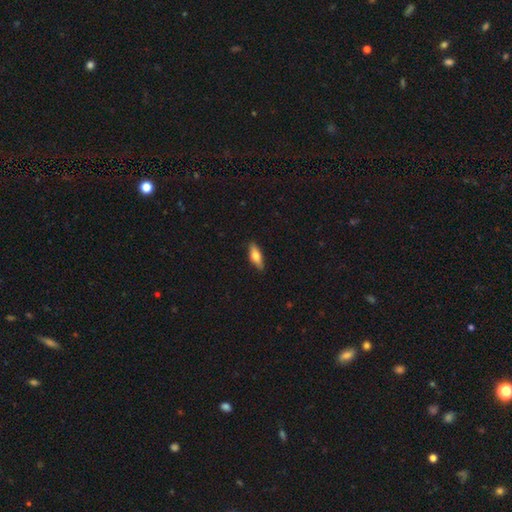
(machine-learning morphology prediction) smooth-or-featured: smooth: 65% | featured or disk: 29% | star or artifact: 6%
  how-rounded: in between: 59% | cigar-shaped: 38% | round: 3%
  merging: none: 87% | minor disturbance: 10% | major disturbance: 2% | merger: 1%